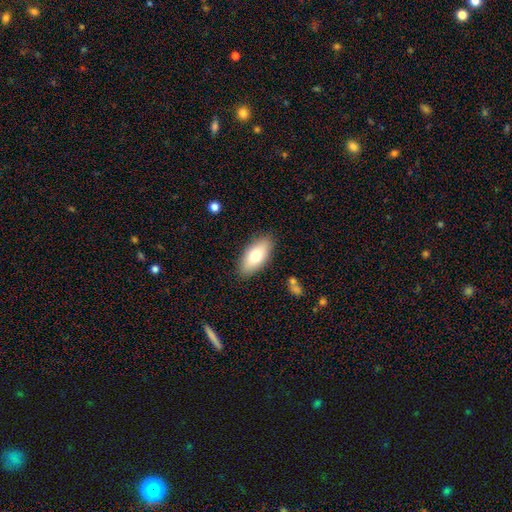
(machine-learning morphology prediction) A smooth galaxy with no disk features (73%) that is in between round and cigar-shaped (87%). Merging: none (87%).